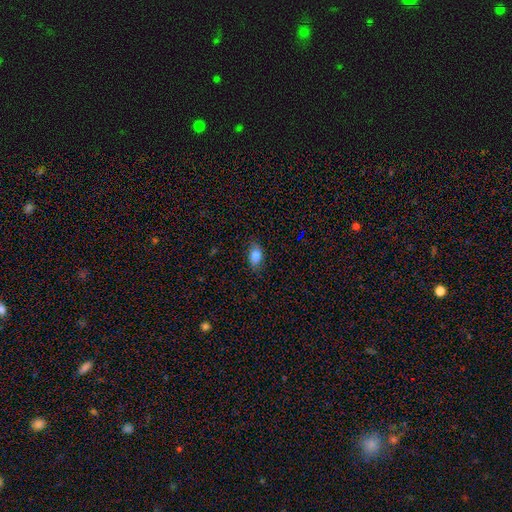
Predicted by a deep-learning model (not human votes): smooth-or-featured: smooth: 83% | featured or disk: 9% | star or artifact: 8%
  how-rounded: in between: 85% | round: 12% | cigar-shaped: 3%
  merging: none: 81% | minor disturbance: 15% | major disturbance: 3% | merger: 1%